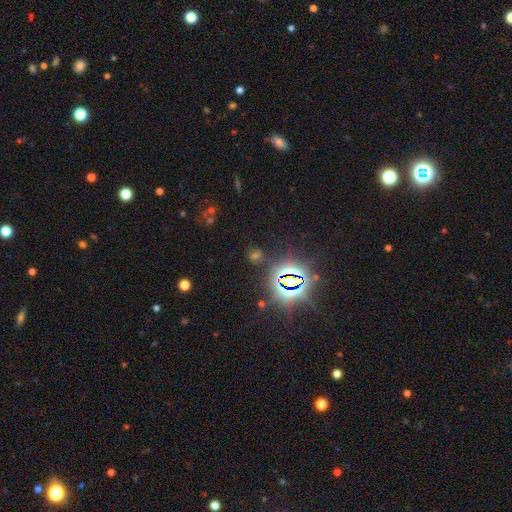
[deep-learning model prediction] Overall: star or artifact (70%).